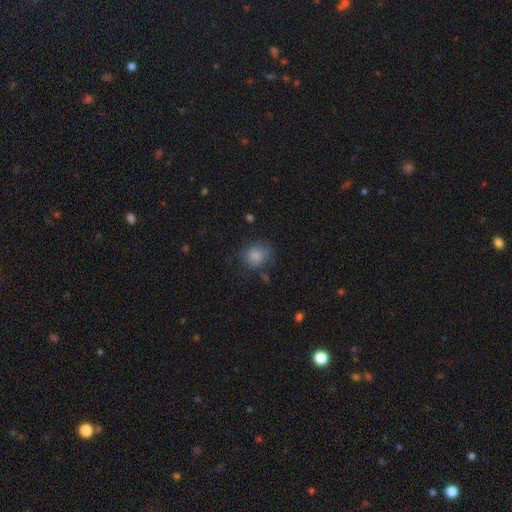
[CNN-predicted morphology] This appears to be a smooth galaxy with no disk features (81%) that is round (71%). Merging: none (64%).